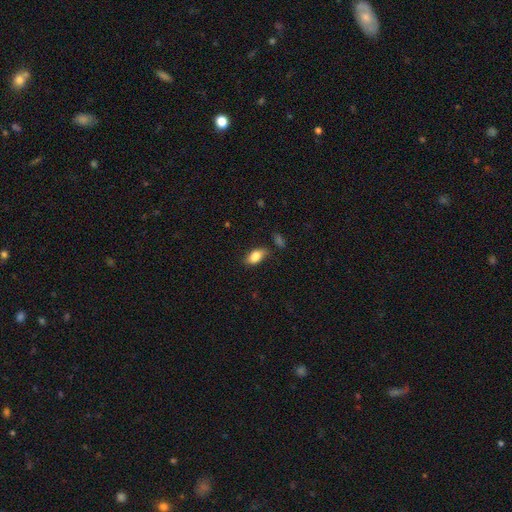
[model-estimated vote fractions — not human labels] A smooth galaxy with no disk features (83%) that is in between round and cigar-shaped (90%). Merging: none (74%).